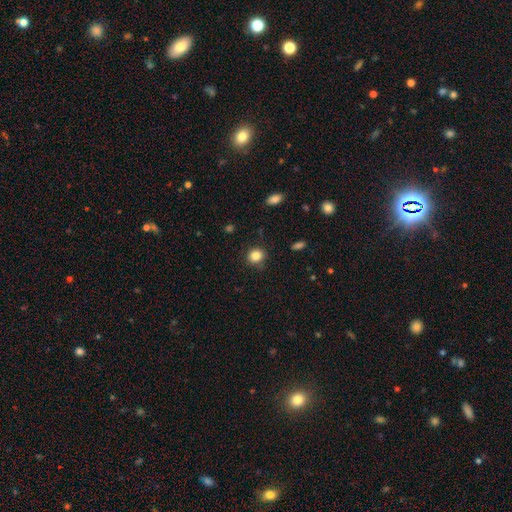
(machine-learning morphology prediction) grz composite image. It shows a smooth galaxy with no disk features (84%) that is round (81%). Merging: none (85%).